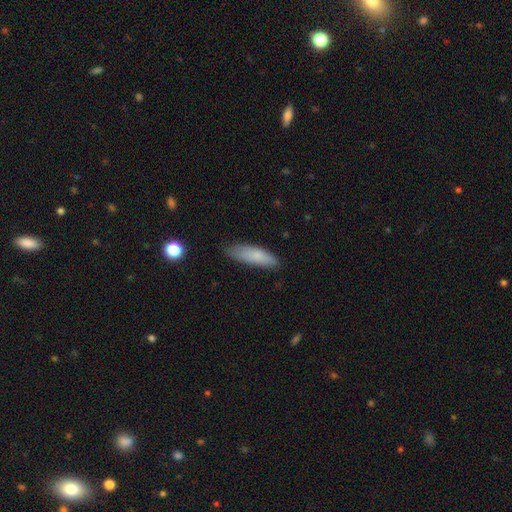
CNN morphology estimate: smooth_or_featured: smooth (p=0.81) [alt: featured or disk p=0.13]
how_rounded: cigar-shaped (p=0.55) [alt: in between p=0.44]
merging: none (p=0.76) [alt: minor disturbance p=0.20]